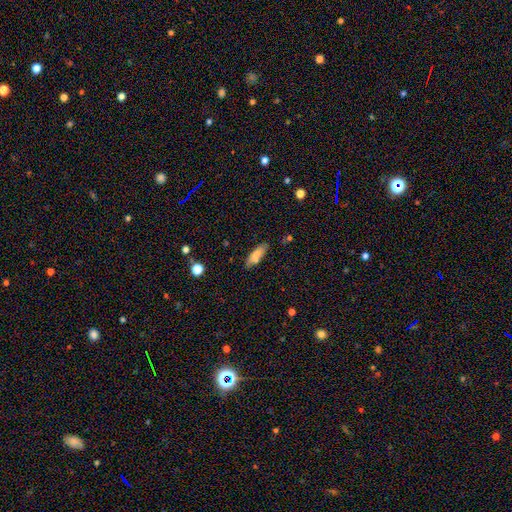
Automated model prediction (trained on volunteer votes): The model was most divided on "how rounded": in between: 53%, cigar-shaped: 45%, round: 2%. More confident: smooth or featured — smooth (80%); merging — none (78%).